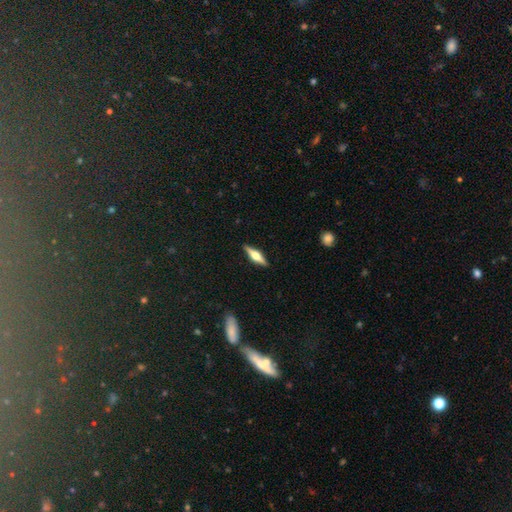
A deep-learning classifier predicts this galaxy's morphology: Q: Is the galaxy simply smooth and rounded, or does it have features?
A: featured or disk — 66%.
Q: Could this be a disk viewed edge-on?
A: yes — 97%.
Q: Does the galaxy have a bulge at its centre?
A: rounded — 94%.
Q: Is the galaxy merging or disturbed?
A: none — 90%.